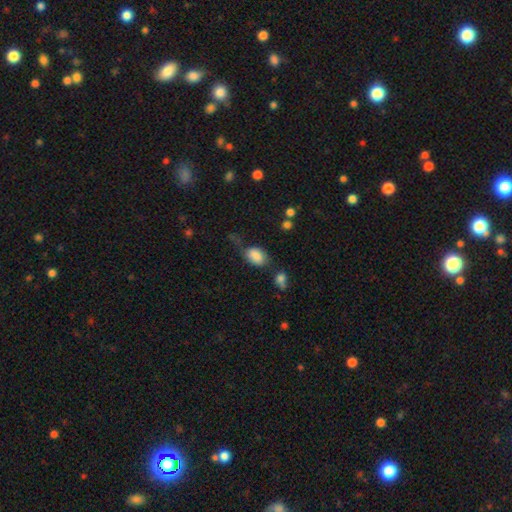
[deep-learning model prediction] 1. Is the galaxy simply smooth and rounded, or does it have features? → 83% smooth, 9% featured or disk, 8% star or artifact.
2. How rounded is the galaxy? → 85% in between, 14% round, 1% cigar-shaped.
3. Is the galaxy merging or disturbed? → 48% none, 28% minor disturbance, 16% major disturbance, 8% merger.